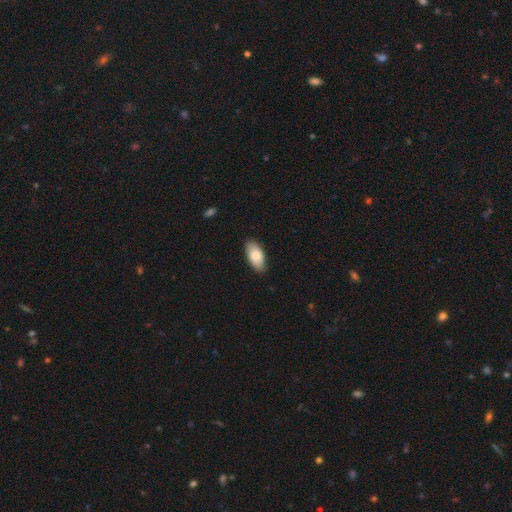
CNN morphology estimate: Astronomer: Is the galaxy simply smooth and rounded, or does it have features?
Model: smooth — 82%.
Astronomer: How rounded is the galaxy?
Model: in between — 93%.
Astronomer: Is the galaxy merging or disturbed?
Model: none — 86%.